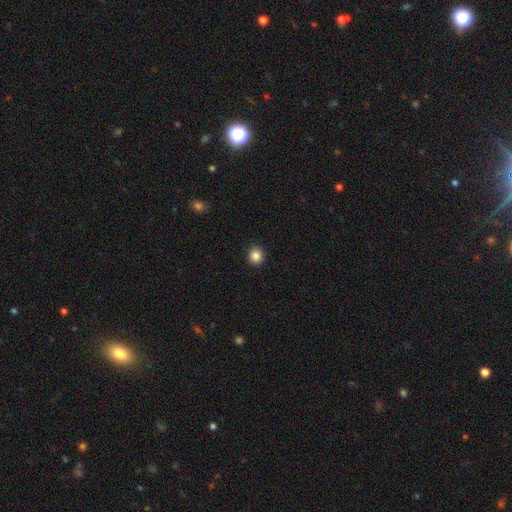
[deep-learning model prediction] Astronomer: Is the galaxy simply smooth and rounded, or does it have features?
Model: smooth — 86%.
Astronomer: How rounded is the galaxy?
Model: round — 91%.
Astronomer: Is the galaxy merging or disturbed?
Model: none — 93%.